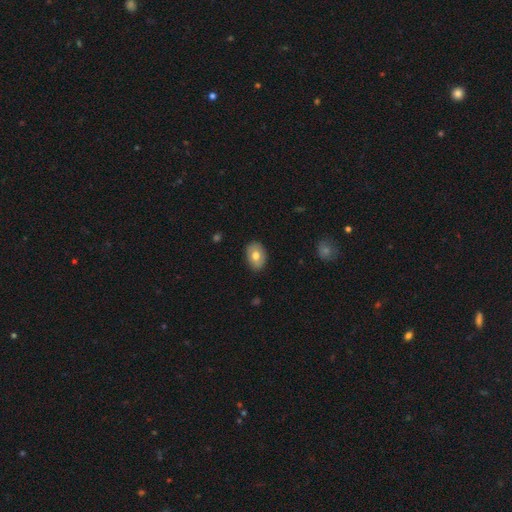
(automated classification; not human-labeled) This appears to be a smooth galaxy with no disk features (72%) that is in between round and cigar-shaped (81%). Merging: none (85%).